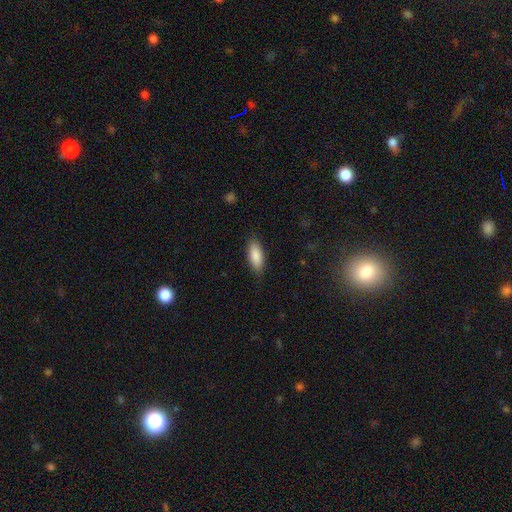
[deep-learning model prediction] A smooth galaxy with no disk features (88%) that is in between round and cigar-shaped (79%).

Vote fractions:
- Smooth or featured? smooth: 88% / featured or disk: 6% / star or artifact: 6%
- How rounded? in between: 79% / cigar-shaped: 19% / round: 2%
- Merging? none: 85% / minor disturbance: 11% / major disturbance: 3% / merger: 1%